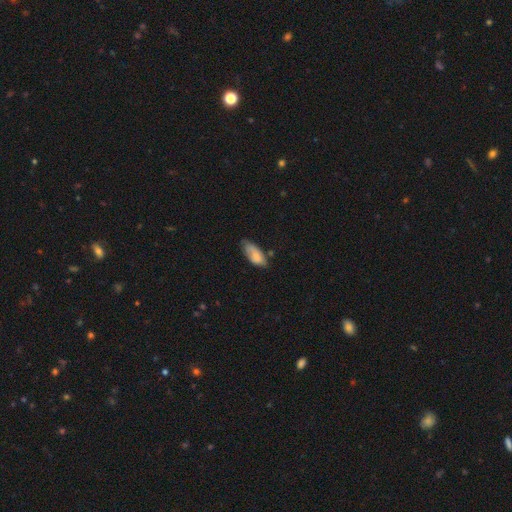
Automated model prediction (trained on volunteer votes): Morphology: type=smooth (78%); roundness=in between (86%); merging=none (51%).